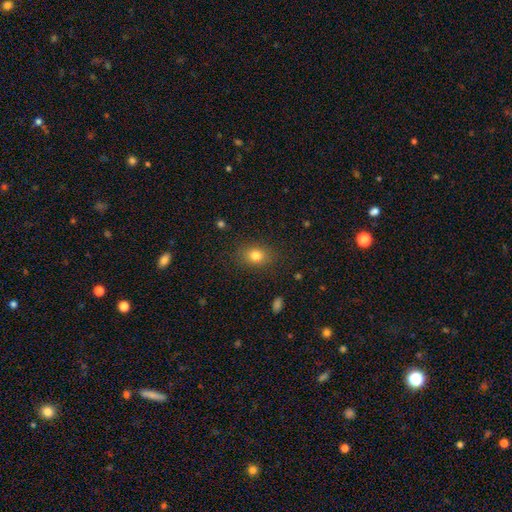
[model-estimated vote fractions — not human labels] A smooth galaxy with no disk features (80%) that is in between round and cigar-shaped (63%). Merging: none (84%).